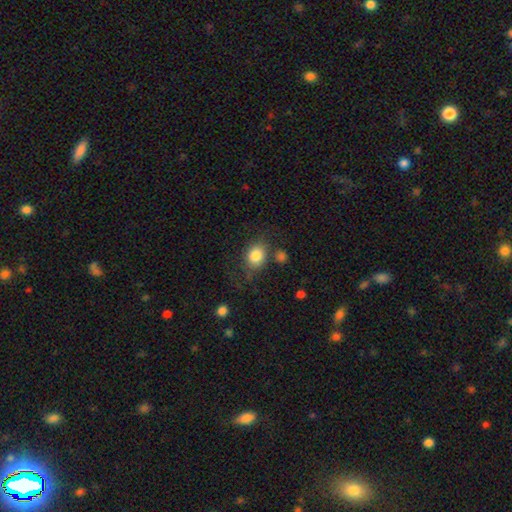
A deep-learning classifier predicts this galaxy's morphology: smooth-or-featured: smooth: 83% | star or artifact: 9% | featured or disk: 7%
  how-rounded: round: 58% | in between: 41% | cigar-shaped: 1%
  merging: none: 68% | minor disturbance: 17% | merger: 8% | major disturbance: 7%